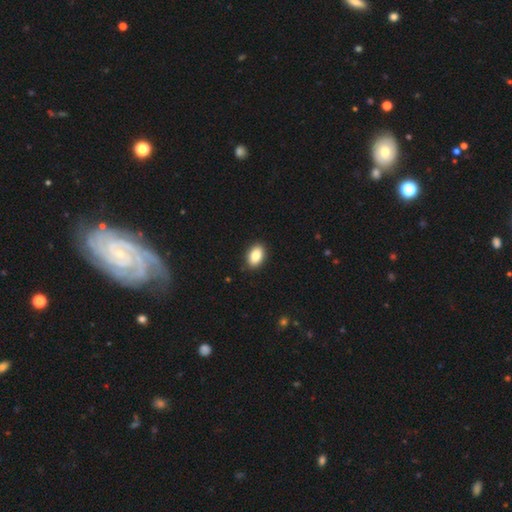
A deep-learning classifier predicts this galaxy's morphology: smooth 85%, star or artifact 8%, featured or disk 7%. Down the decision tree: how rounded — in between (89%); merging — none (90%).